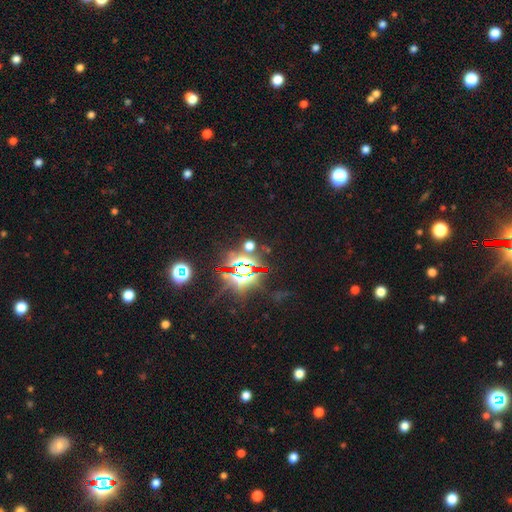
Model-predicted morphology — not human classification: type=star or artifact (83%).